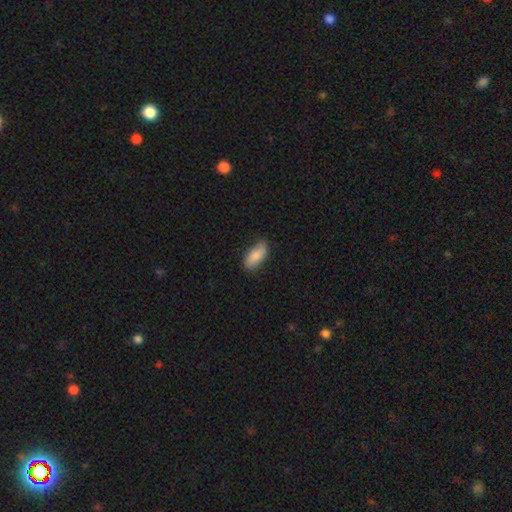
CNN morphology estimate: Q: Smooth or featured?
A: smooth (85%); runner-up: featured or disk (10%)
Q: How rounded?
A: in between (88%); runner-up: cigar-shaped (10%)
Q: Merging?
A: none (76%); runner-up: minor disturbance (19%)